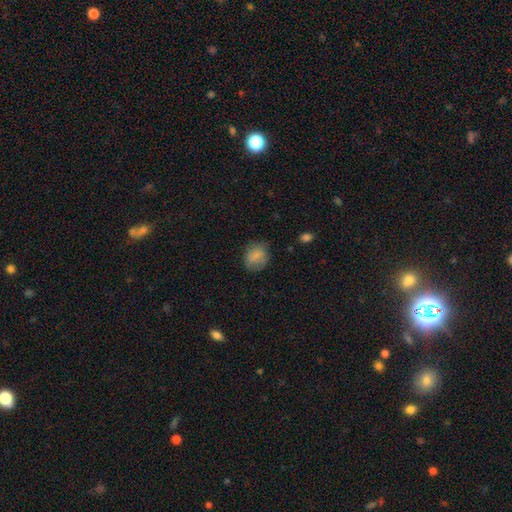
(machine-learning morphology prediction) The model was most divided on "how rounded": round: 61%, in between: 38%, cigar-shaped: 1%. More confident: smooth or featured — smooth (81%); merging — none (72%).